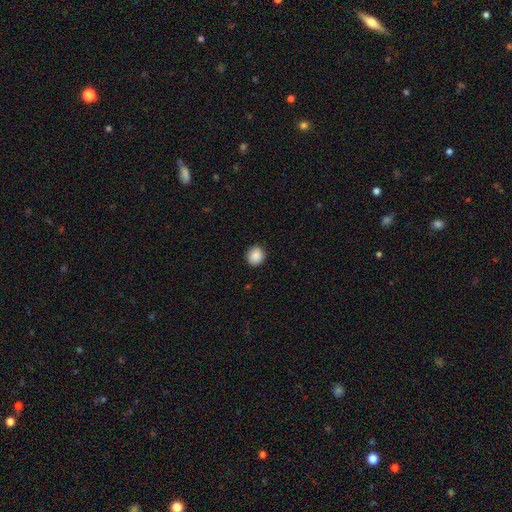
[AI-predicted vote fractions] Smooth or featured?
  - smooth: 89% *
  - star or artifact: 8%
  - featured or disk: 3%
How rounded?
  - round: 83% *
  - in between: 16%
  - cigar-shaped: 1%
Merging?
  - none: 91% *
  - minor disturbance: 6%
  - major disturbance: 2%
  - merger: 1%